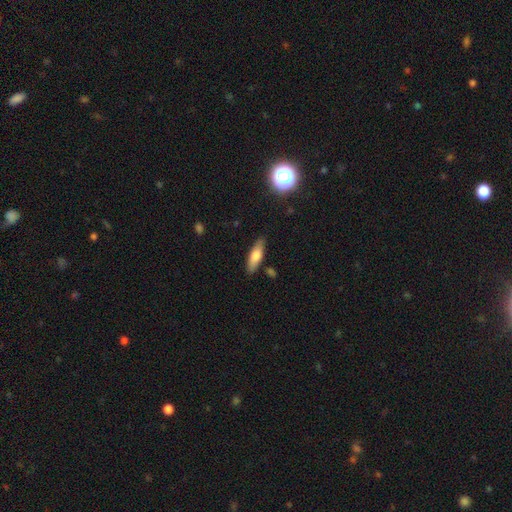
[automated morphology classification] Smooth or featured? Predicted: smooth (p=0.66). How rounded? Predicted: in between (p=0.50). Merging? Predicted: none (p=0.84).